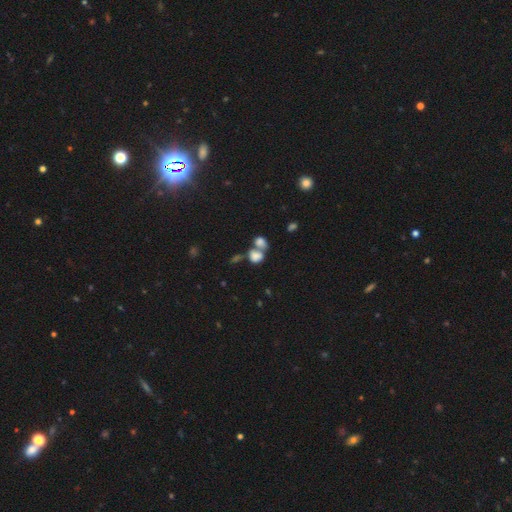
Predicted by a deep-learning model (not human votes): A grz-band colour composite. It shows a smooth galaxy with no disk features (75%) that is in between round and cigar-shaped (58%). Merging: merger (62%).